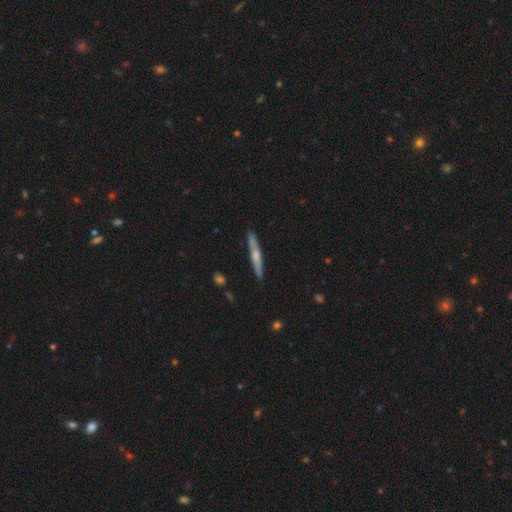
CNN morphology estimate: Overall: featured or disk (52%; smooth 42%). Edge-on disk: yes (96%). Edge-on bulge: rounded (63%; none 29%). Merging: none (88%).